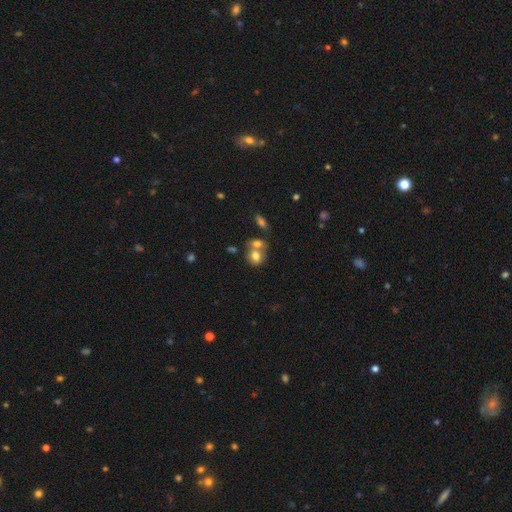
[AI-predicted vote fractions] Morphology: type=smooth (74%); roundness=round (60%); merging=merger (51%).